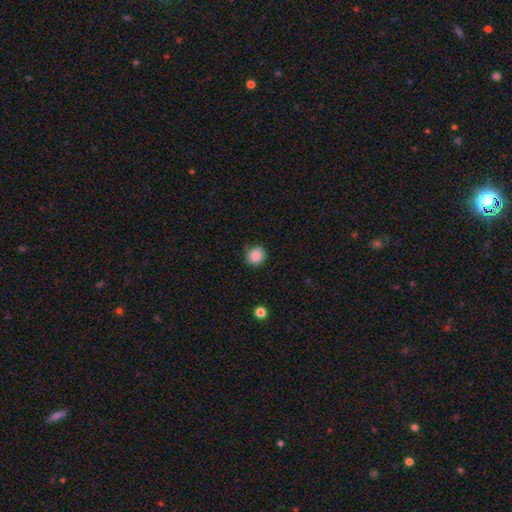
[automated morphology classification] smooth-or-featured: smooth: 86% | star or artifact: 9% | featured or disk: 5%
  how-rounded: round: 87% | in between: 12% | cigar-shaped: 1%
  merging: none: 79% | minor disturbance: 17% | major disturbance: 3% | merger: 2%